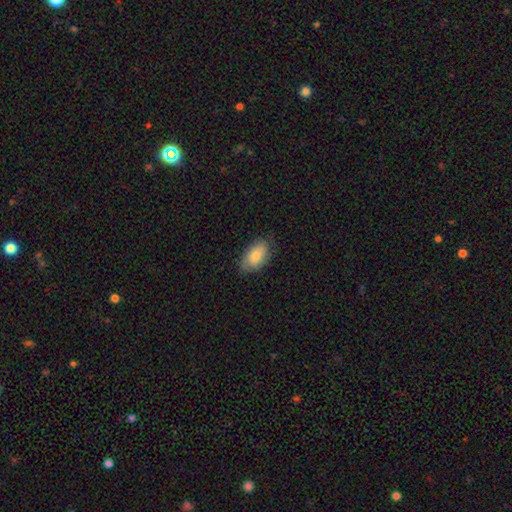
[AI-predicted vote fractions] This appears to be a smooth galaxy with no disk features (79%) that is in between round and cigar-shaped (93%). Merging: none (78%).